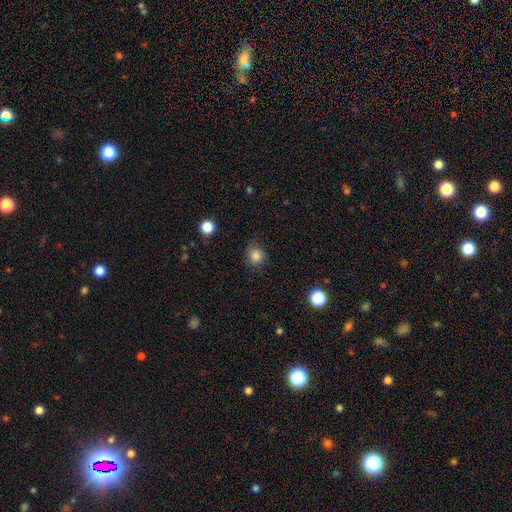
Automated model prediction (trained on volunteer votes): smooth-or-featured: smooth: 84% | star or artifact: 11% | featured or disk: 5%
  how-rounded: round: 83% | in between: 16% | cigar-shaped: 1%
  merging: none: 77% | minor disturbance: 17% | major disturbance: 4% | merger: 1%